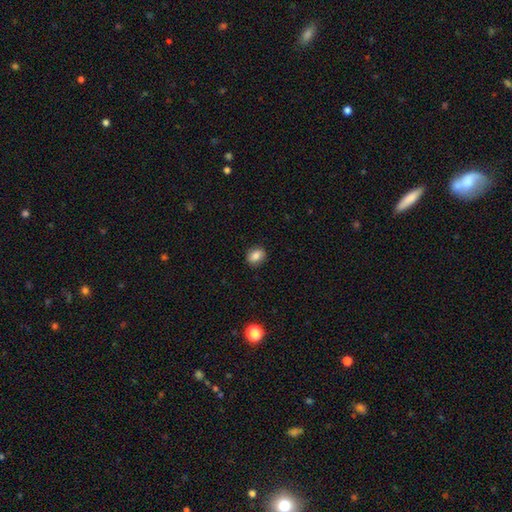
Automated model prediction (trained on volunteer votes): This is clearly a smooth galaxy (80%). How rounded: possibly round (53%). Merging: clearly none (86%).